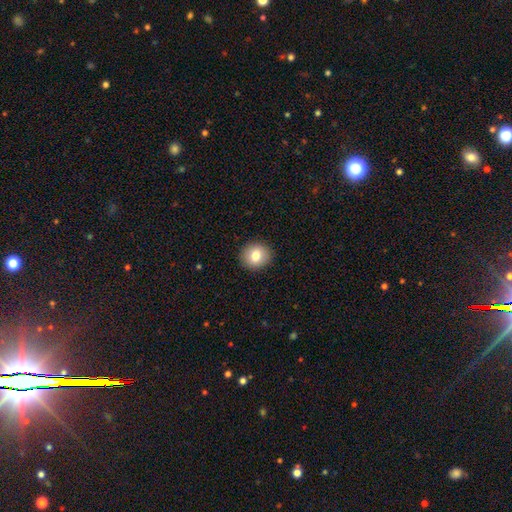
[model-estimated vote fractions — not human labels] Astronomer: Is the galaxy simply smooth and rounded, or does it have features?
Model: smooth — 79%.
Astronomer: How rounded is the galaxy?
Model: round — 80%.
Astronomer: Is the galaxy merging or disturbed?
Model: none — 91%.